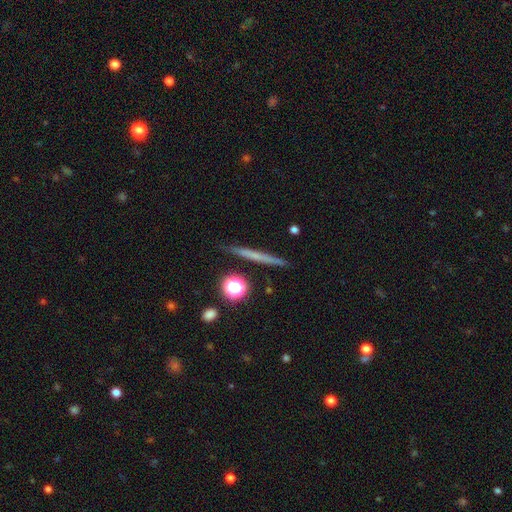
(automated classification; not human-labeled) Smooth or featured: featured or disk — 46% (smooth — 45%)
Merging: none — 89% (minor disturbance — 7%)